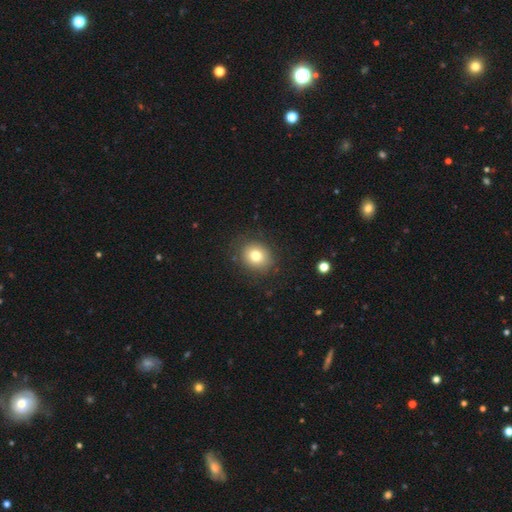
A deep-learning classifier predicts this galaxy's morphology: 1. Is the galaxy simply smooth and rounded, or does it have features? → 78% smooth, 11% featured or disk, 11% star or artifact.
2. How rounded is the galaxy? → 71% round, 28% in between, 1% cigar-shaped.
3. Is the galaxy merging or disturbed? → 85% none, 10% minor disturbance, 4% major disturbance, 1% merger.